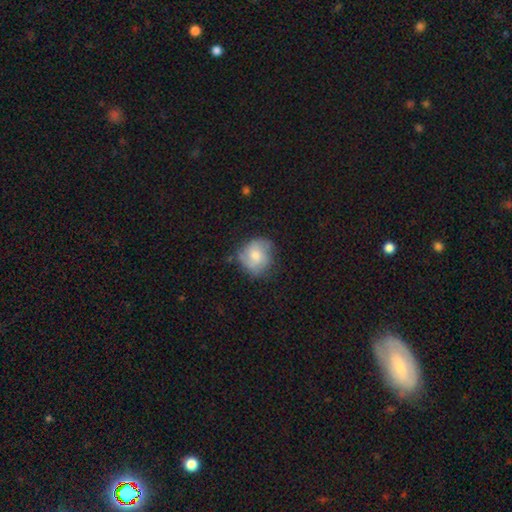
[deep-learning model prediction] The model was most divided on "smooth or featured": smooth: 48%, featured or disk: 44%, star or artifact: 7%. More confident: merging — none (65%).